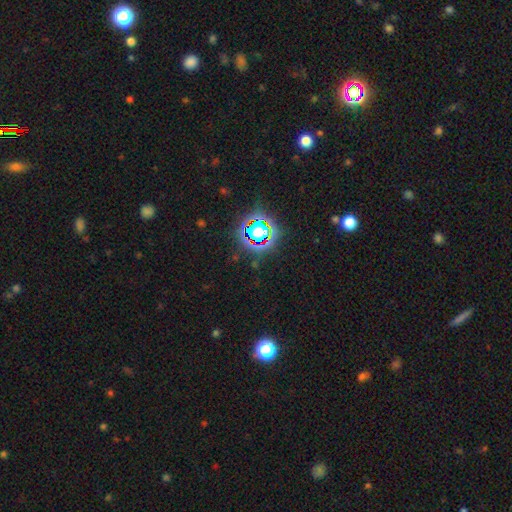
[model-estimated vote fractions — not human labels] Smooth or featured: star or artifact — 78% (smooth — 15%)